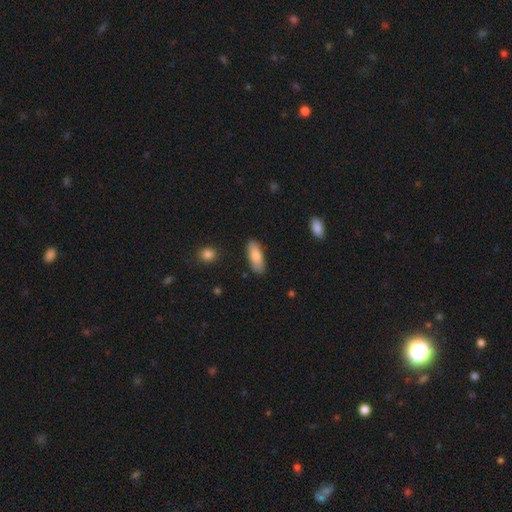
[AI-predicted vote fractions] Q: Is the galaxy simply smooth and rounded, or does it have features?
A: smooth — 81%.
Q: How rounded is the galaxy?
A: in between — 74%.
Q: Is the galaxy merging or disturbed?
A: none — 86%.